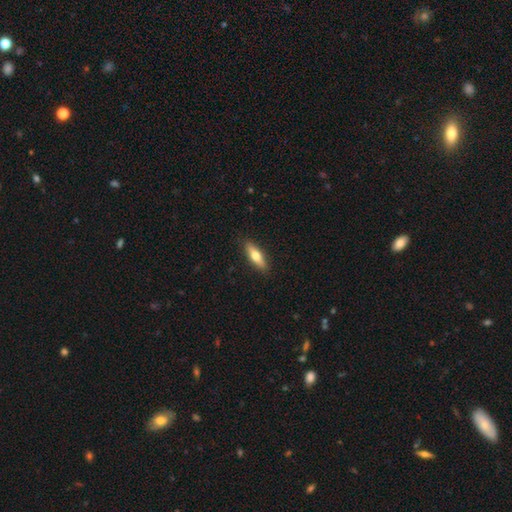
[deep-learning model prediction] Overall: smooth (64%; featured or disk 31%). How rounded: cigar-shaped (50%; in between 47%). Merging: none (89%).